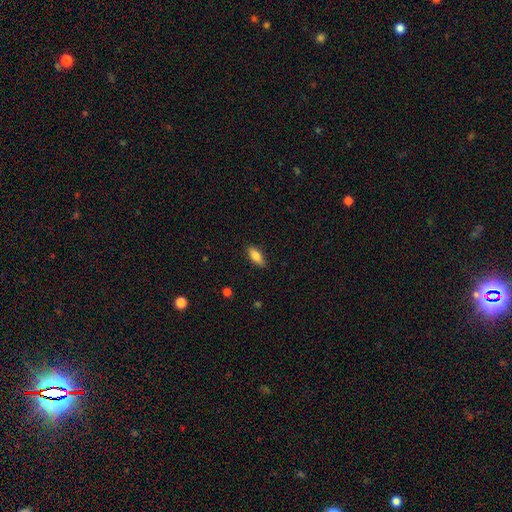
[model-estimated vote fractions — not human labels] This is clearly a smooth galaxy (80%). How rounded: likely in between (79%). Merging: clearly none (86%).